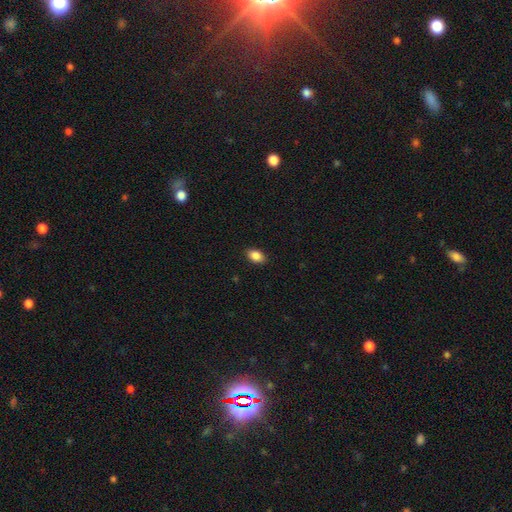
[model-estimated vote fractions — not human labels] A smooth galaxy with no disk features (87%) that is in between round and cigar-shaped (88%). Merging: none (89%).